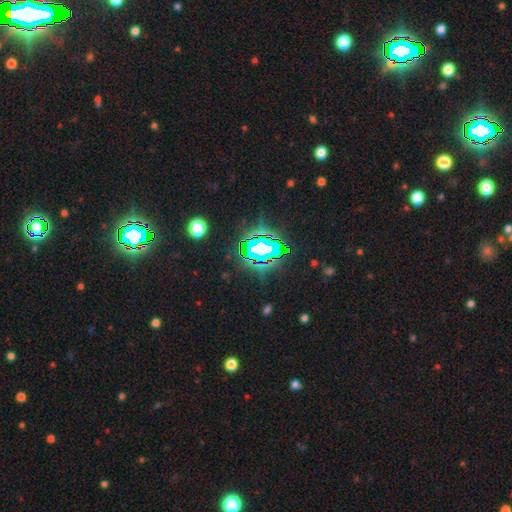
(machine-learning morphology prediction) star or artifact 73%, smooth 14%, featured or disk 13%.